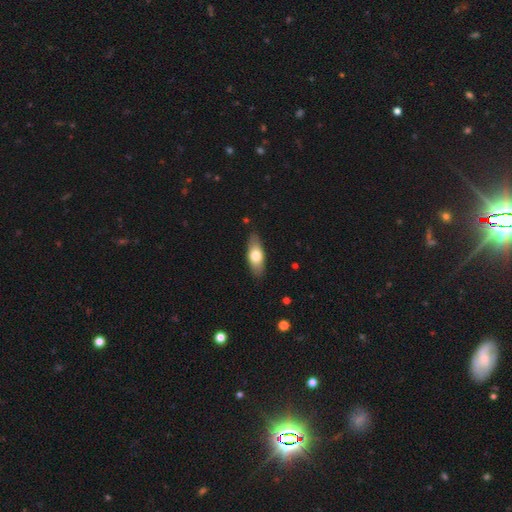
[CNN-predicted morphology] Overall: smooth (67%). How rounded: in between (77%). Merging: none (87%).